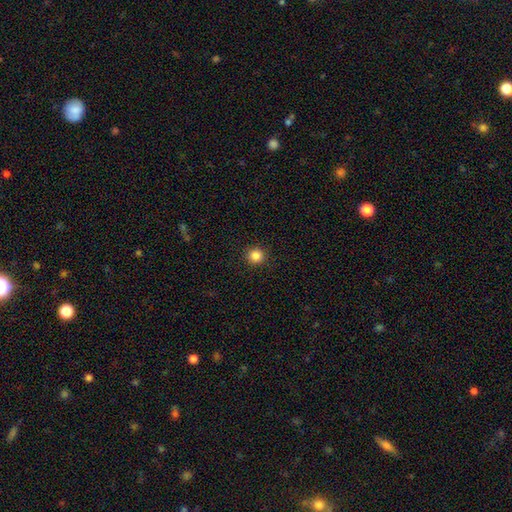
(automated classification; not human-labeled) Smooth or featured? smooth (85%)
How rounded? round (94%)
Merging? none (92%)